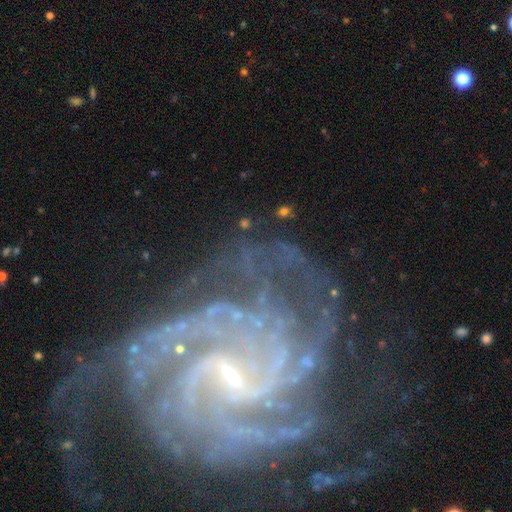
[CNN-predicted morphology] smooth-or-featured: featured or disk: 88% | star or artifact: 8% | smooth: 4%
  disk-edge-on: no: 98% | yes: 2%
    bar: weak: 51% | strong: 27% | no: 21%
    has-spiral-arms: yes: 97% | no: 3%
      spiral-winding: tight: 49% | medium: 39% | loose: 12%
      spiral-arm-count: can't tell: 24% | 2: 19% | 4: 19% | 3: 16% | more than 4: 12% | 1: 9%
    bulge-size: small: 75% | moderate: 13% | none: 10% | large: 1% | dominant: 1%
  merging: none: 62% | major disturbance: 17% | minor disturbance: 17% | merger: 3%